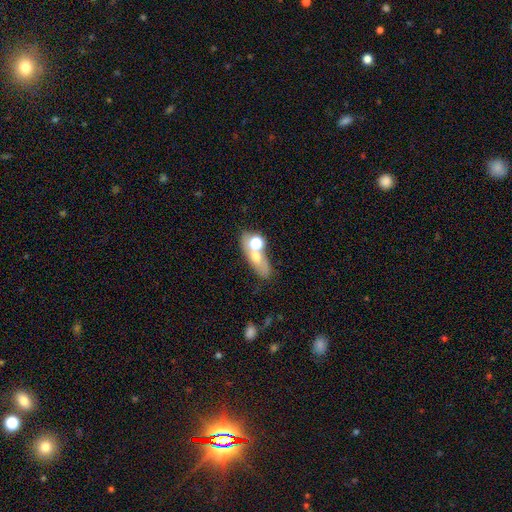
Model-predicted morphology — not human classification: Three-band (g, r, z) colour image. It shows a smooth galaxy with no disk features (53%) that is in between round and cigar-shaped (57%). Merging: none (42%).